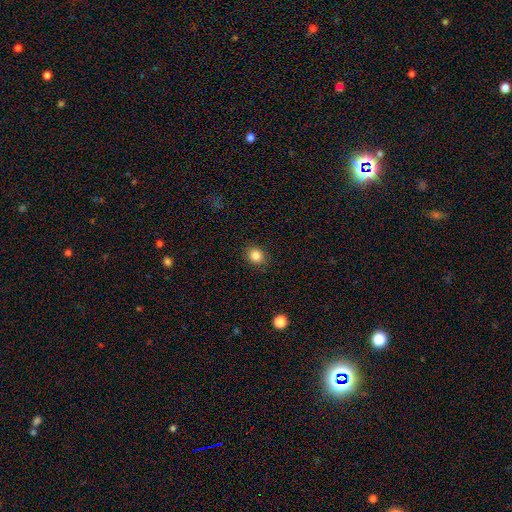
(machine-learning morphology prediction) Smooth or featured: smooth — 84% (star or artifact — 11%)
How rounded: round — 71% (in between — 28%)
Merging: none — 86% (minor disturbance — 10%)